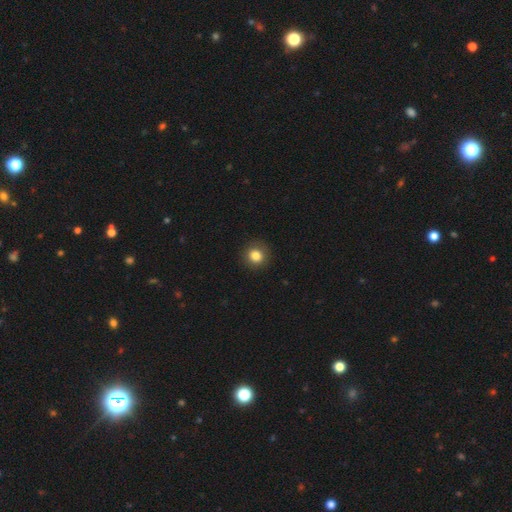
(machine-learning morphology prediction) This appears to be a smooth galaxy with no disk features (83%) that is round (89%). Merging: none (90%).